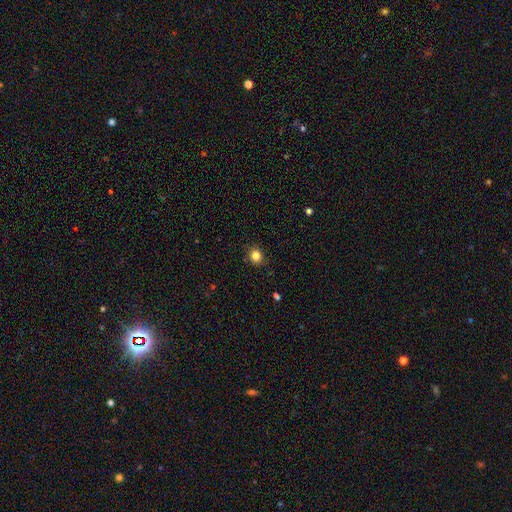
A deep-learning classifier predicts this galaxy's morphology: The model was most divided on "how rounded": round: 83%, in between: 16%, cigar-shaped: 1%. More confident: merging — none (88%); smooth or featured — smooth (83%).